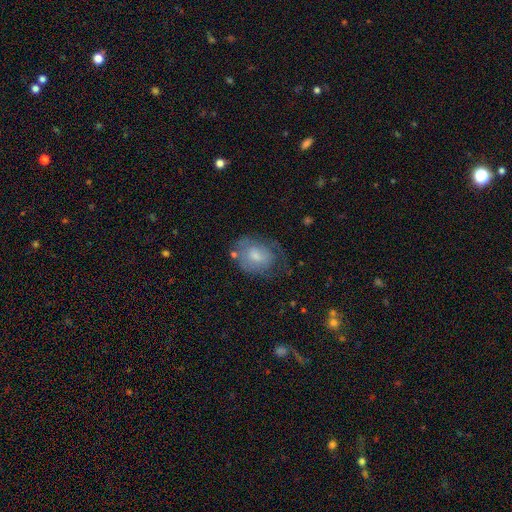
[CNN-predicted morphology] Smooth or featured: smooth — 56% (featured or disk — 36%)
How rounded: in between — 62% (round — 37%)
Merging: none — 44% (minor disturbance — 30%)